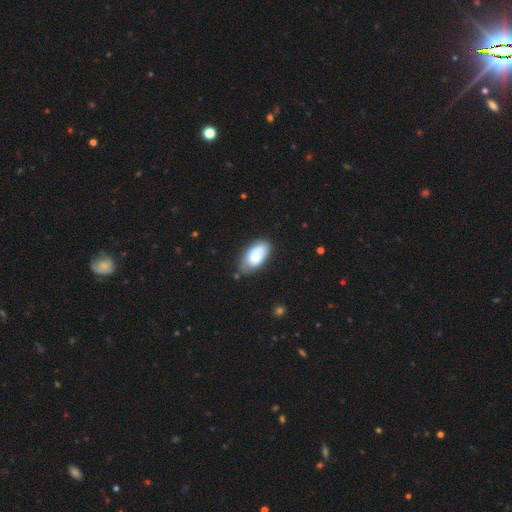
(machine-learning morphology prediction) Q: Smooth or featured?
A: smooth (77%); runner-up: featured or disk (17%)
Q: How rounded?
A: in between (94%); runner-up: round (3%)
Q: Merging?
A: none (63%); runner-up: minor disturbance (28%)